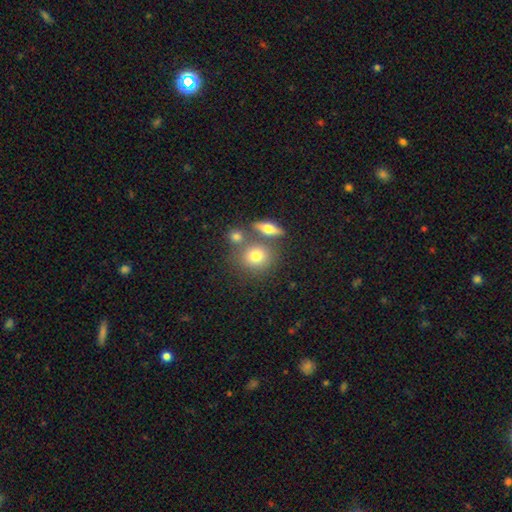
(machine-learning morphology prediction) A smooth galaxy with no disk features (74%) that is round (74%). Merging: none (62%).